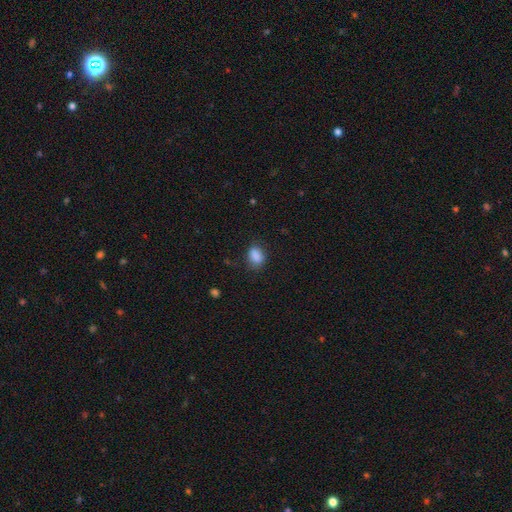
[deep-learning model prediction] Overall: smooth (87%). How rounded: in between (73%). Merging: none (76%).